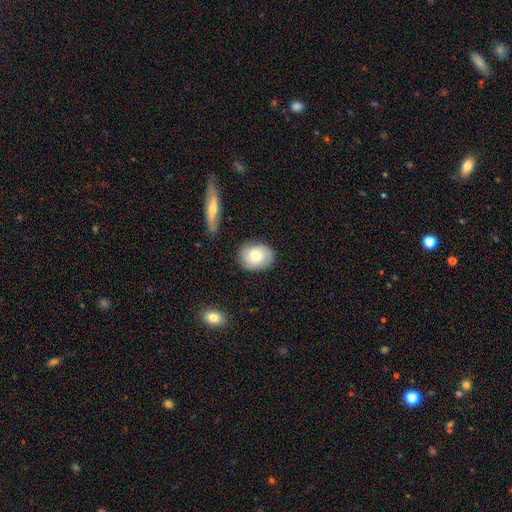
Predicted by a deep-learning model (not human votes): smooth 59%, featured or disk 33%, star or artifact 8%. Down the decision tree: how rounded — round (53%); merging — none (81%).